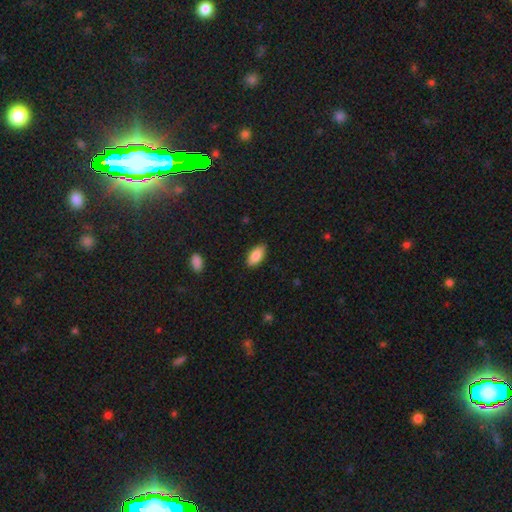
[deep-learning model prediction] smooth_or_featured: smooth (p=0.85) [alt: featured or disk p=0.08]
how_rounded: in between (p=0.90) [alt: cigar-shaped p=0.07]
merging: none (p=0.85) [alt: minor disturbance p=0.12]